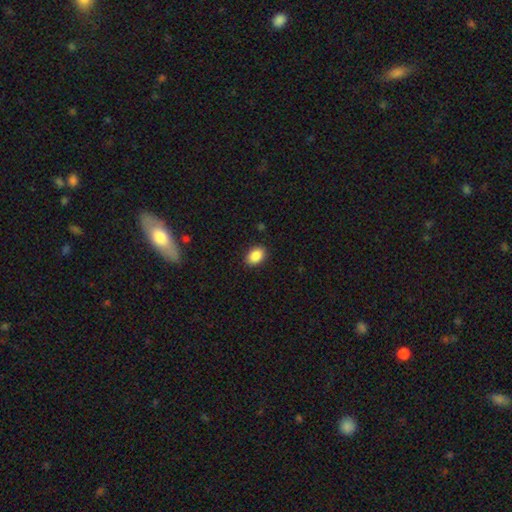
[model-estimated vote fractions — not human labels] This appears to be a smooth galaxy with no disk features (89%) that is in between round and cigar-shaped (81%). Merging: none (89%).